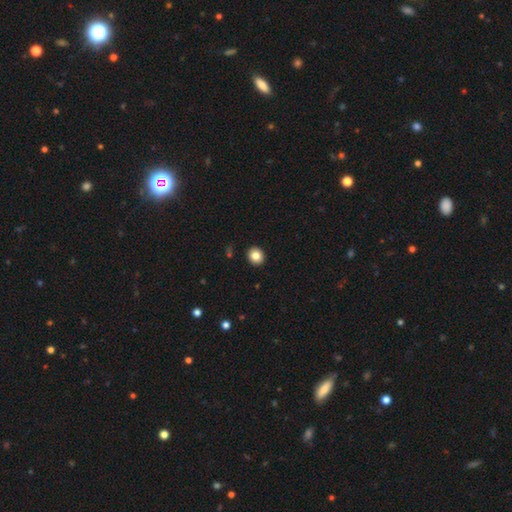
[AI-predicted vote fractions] A smooth galaxy with no disk features (84%) that is round (79%). Merging: none (92%).